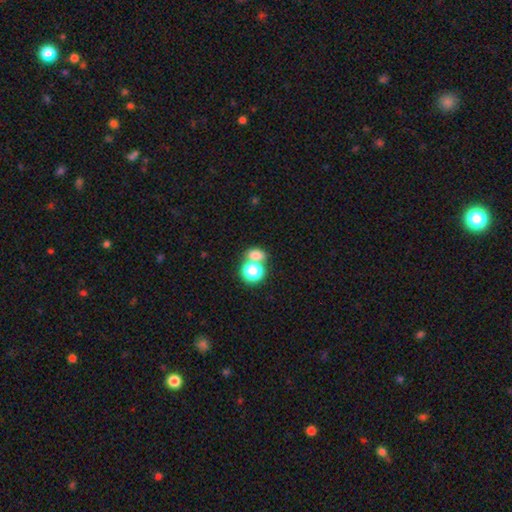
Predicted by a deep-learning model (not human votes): Overall: smooth (71%). How rounded: in between (53%; round 46%). Merging: none (50%; merger 38%).